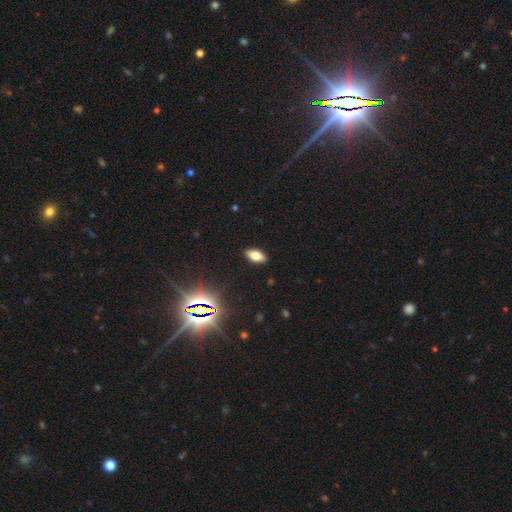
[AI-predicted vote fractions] Smooth or featured? smooth (69%)
How rounded? in between (86%)
Merging? none (90%)